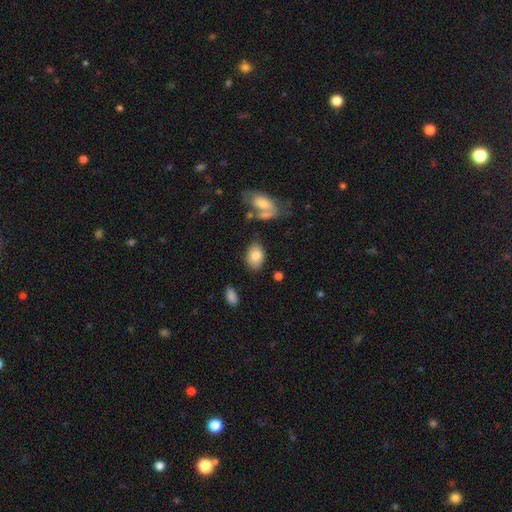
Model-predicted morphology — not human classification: type=smooth (81%); roundness=in between (87%); merging=none (74%).